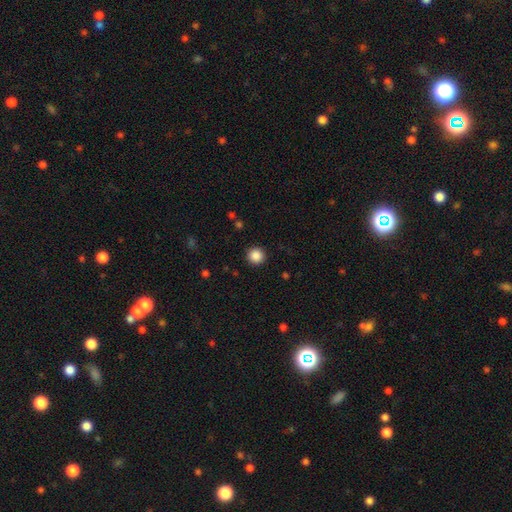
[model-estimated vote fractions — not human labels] The model was most divided on "smooth or featured": smooth: 87%, star or artifact: 10%, featured or disk: 3%. More confident: how rounded — round (95%); merging — none (92%).